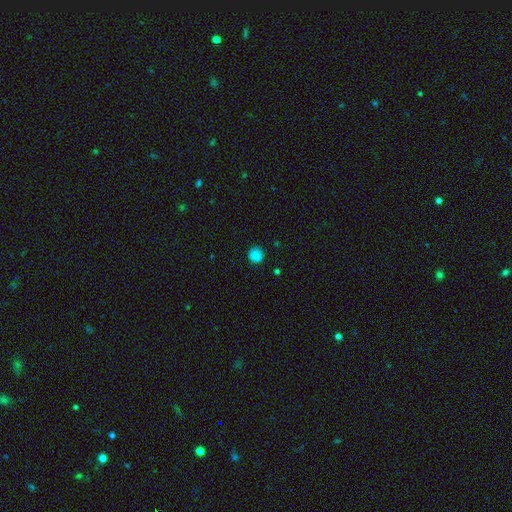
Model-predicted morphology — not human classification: This is clearly a smooth galaxy (82%). How rounded: clearly round (89%). Merging: clearly none (84%).